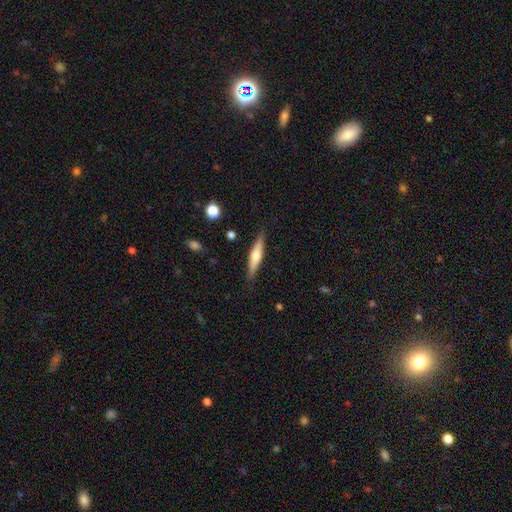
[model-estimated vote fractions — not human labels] The model was most divided on "smooth or featured": featured or disk: 51%, smooth: 44%, star or artifact: 6%. More confident: edge-on disk — yes (94%); merging — none (88%).